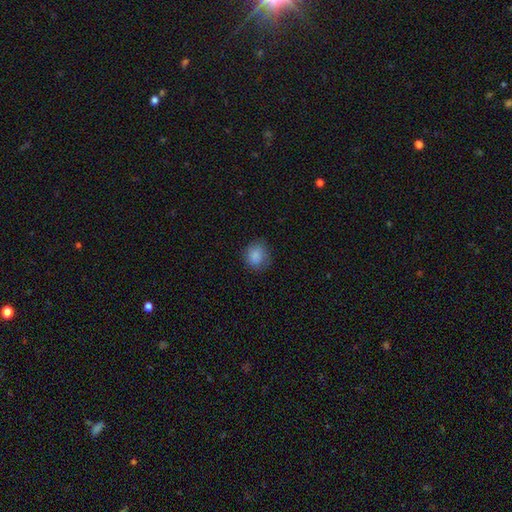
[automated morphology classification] Smooth or featured?
  - smooth: 86% *
  - star or artifact: 9%
  - featured or disk: 5%
How rounded?
  - round: 74% *
  - in between: 26%
  - cigar-shaped: 1%
Merging?
  - none: 79% *
  - minor disturbance: 16%
  - major disturbance: 4%
  - merger: 1%